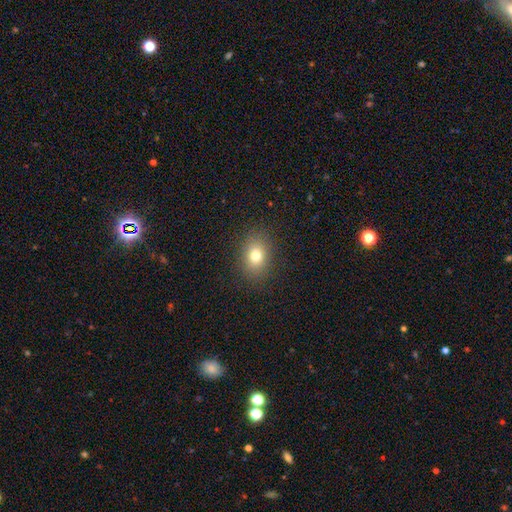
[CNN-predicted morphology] A smooth galaxy with no disk features (77%) that is in between round and cigar-shaped (64%). Merging: none (88%).